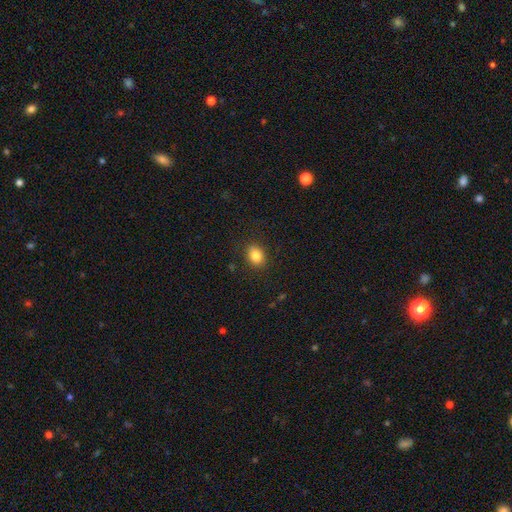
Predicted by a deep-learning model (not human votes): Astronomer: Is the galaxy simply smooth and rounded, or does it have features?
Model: smooth — 83%.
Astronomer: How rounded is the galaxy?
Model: in between — 66%.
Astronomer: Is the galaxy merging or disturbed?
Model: none — 87%.